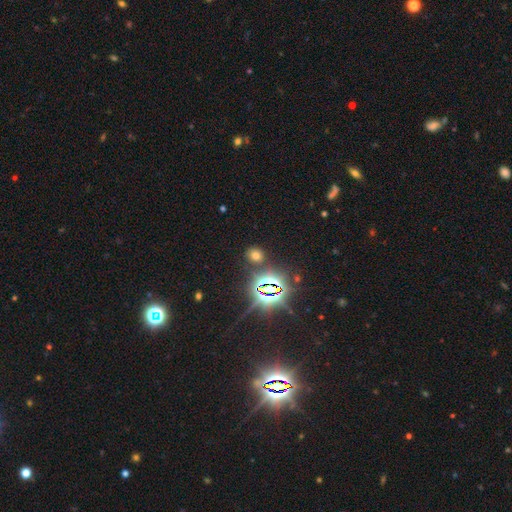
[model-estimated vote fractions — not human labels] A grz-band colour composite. It shows a smooth galaxy with no disk features (55%) that is round (72%). Merging: none (84%).